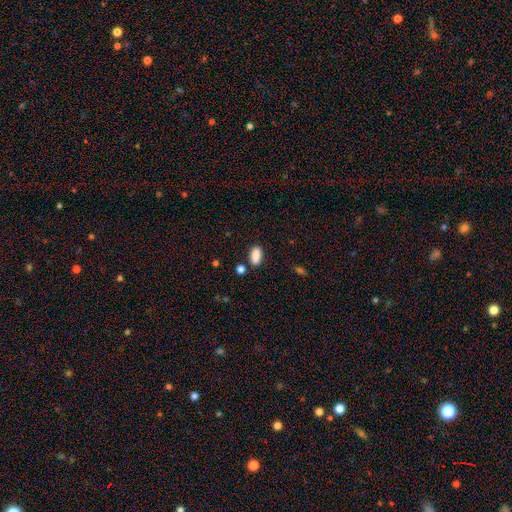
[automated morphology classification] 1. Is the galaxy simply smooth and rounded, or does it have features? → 89% smooth, 8% star or artifact, 4% featured or disk.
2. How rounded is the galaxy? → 89% in between, 6% cigar-shaped, 5% round.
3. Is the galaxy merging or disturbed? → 82% none, 10% minor disturbance, 5% merger, 3% major disturbance.